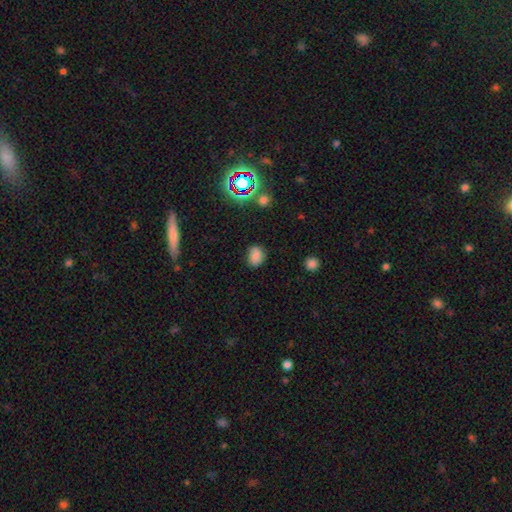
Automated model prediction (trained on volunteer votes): A smooth galaxy with no disk features (77%) that is in between round and cigar-shaped (54%).

Vote fractions:
- Smooth or featured? smooth: 77% / star or artifact: 14% / featured or disk: 9%
- How rounded? in between: 54% / round: 45% / cigar-shaped: 1%
- Merging? none: 73% / minor disturbance: 20% / major disturbance: 5% / merger: 2%